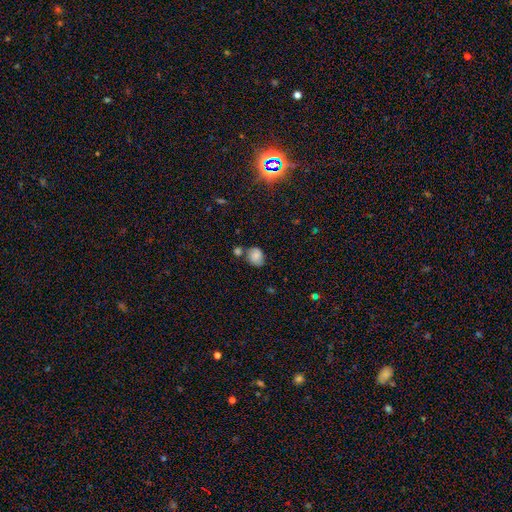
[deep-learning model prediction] The model was most divided on "how rounded": in between: 53%, round: 46%, cigar-shaped: 1%. More confident: smooth or featured — smooth (73%); merging — none (59%).